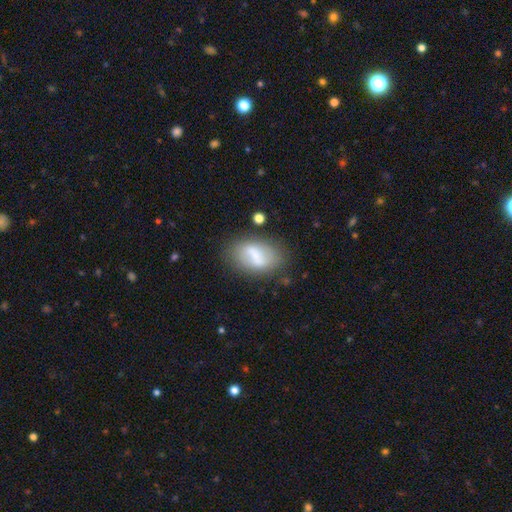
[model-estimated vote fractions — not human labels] Overall: smooth (55%; featured or disk 36%). How rounded: in between (87%). Merging: none (62%).